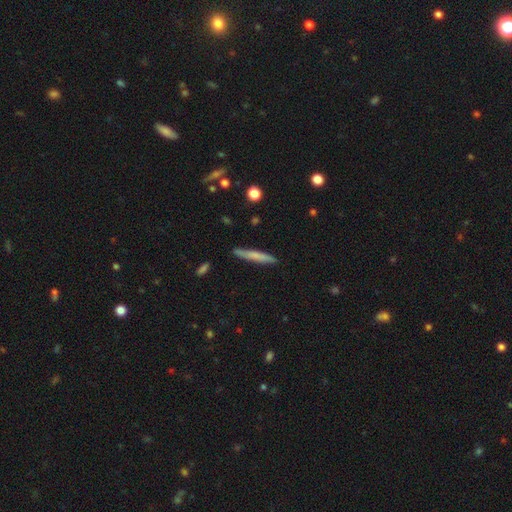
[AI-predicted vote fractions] A smooth galaxy with no disk features (65%) that is cigar-shaped (95%).

Vote fractions:
- Smooth or featured? smooth: 65% / featured or disk: 29% / star or artifact: 6%
- How rounded? cigar-shaped: 95% / in between: 4% / round: 1%
- Merging? none: 87% / minor disturbance: 10% / major disturbance: 2% / merger: 1%